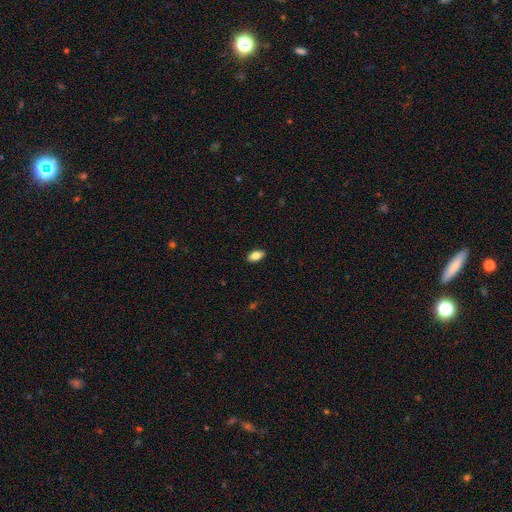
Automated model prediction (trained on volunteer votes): Smooth or featured? smooth (83%)
How rounded? in between (91%)
Merging? none (89%)